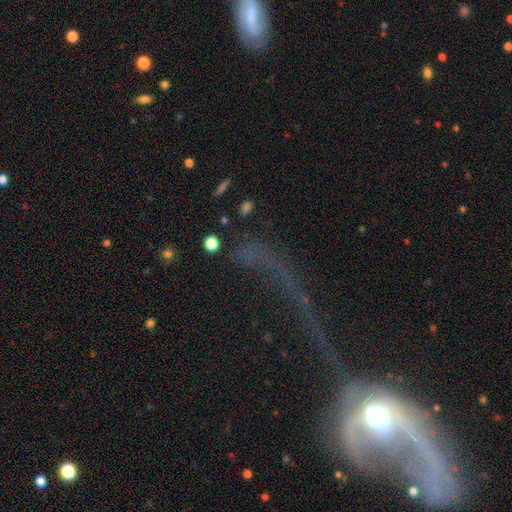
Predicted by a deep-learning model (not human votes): Q: Smooth or featured?
A: star or artifact (46%); runner-up: featured or disk (29%)